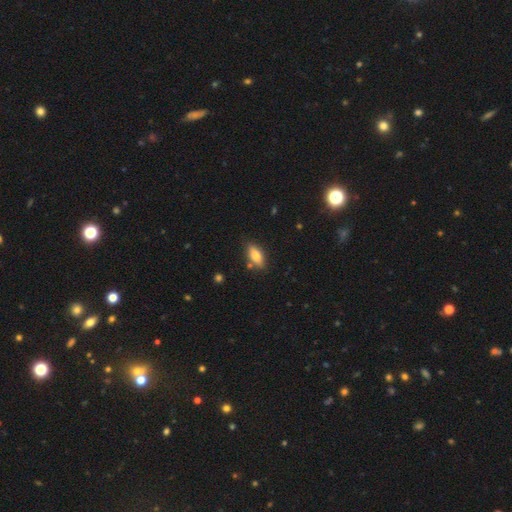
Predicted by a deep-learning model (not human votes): smooth-or-featured: smooth: 79% | featured or disk: 14% | star or artifact: 7%
  how-rounded: in between: 79% | cigar-shaped: 18% | round: 3%
  merging: none: 80% | minor disturbance: 13% | merger: 4% | major disturbance: 3%